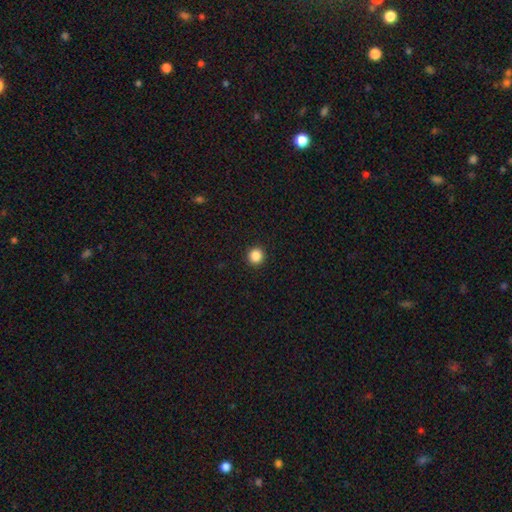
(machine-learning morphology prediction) Smooth or featured? smooth (86%)
How rounded? round (96%)
Merging? none (94%)